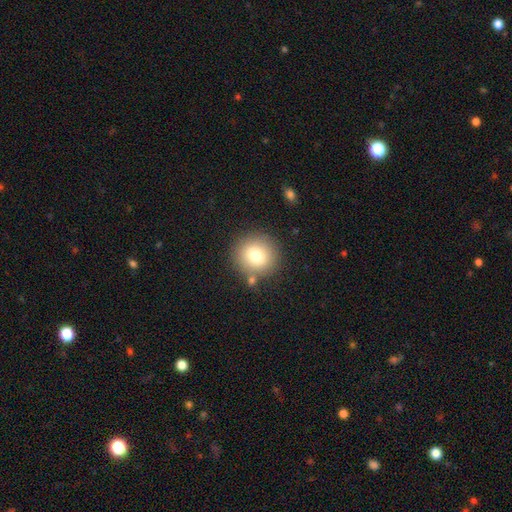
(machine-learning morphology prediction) Overall: smooth (78%). How rounded: round (90%). Merging: none (81%).